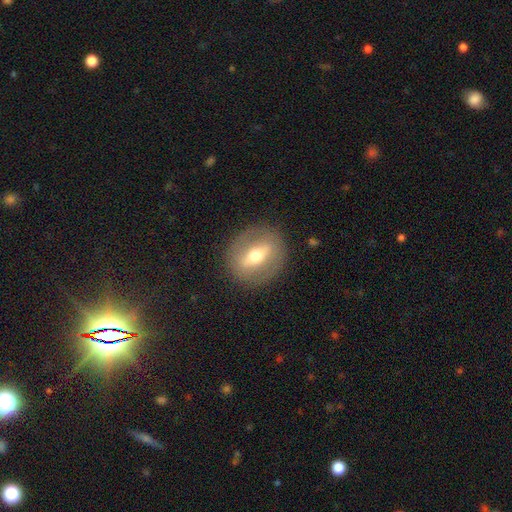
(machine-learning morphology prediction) Smooth or featured?
  - featured or disk: 62% *
  - smooth: 31%
  - star or artifact: 7%
Edge-on disk?
  - no: 68% *
  - yes: 32%
Merging?
  - none: 86% *
  - minor disturbance: 9%
  - major disturbance: 4%
  - merger: 1%